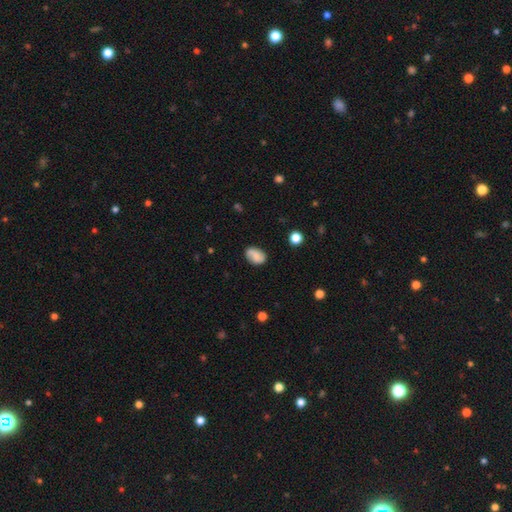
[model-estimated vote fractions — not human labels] A smooth galaxy with no disk features (59%) that is in between round and cigar-shaped (79%). Merging: none (74%).